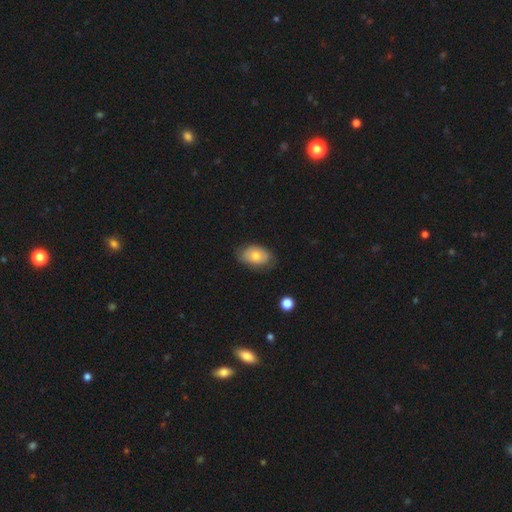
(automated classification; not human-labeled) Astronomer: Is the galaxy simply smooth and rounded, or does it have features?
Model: smooth — 65%.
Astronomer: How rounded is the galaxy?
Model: in between — 88%.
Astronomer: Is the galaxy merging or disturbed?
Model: none — 72%.